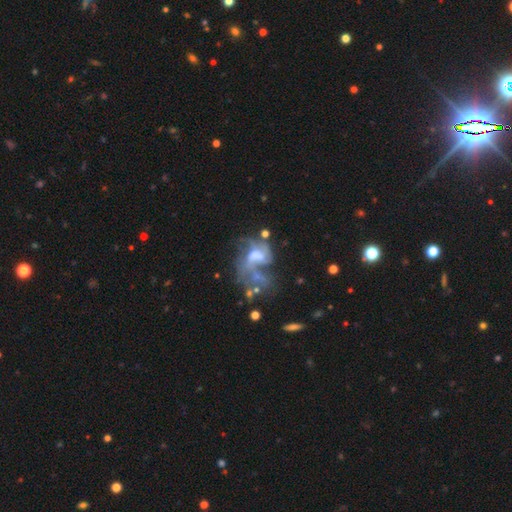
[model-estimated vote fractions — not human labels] Morphology: type=featured or disk (72%); edge-on=no (98%); bar=no (53%); spiral arms=yes (66%); bulge=moderate (39%); merging=major disturbance (41%).